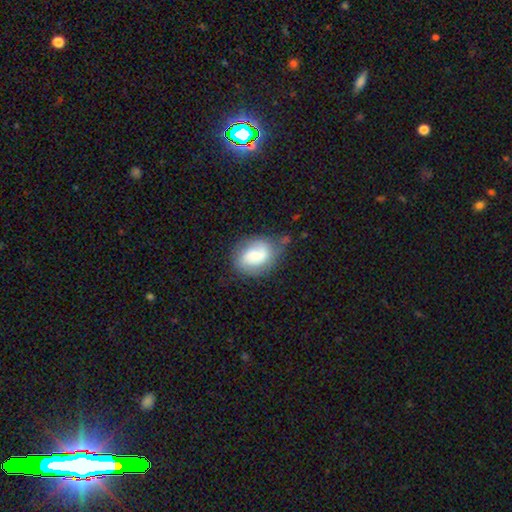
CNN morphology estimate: Smooth or featured? smooth (47%)
Merging? none (55%)